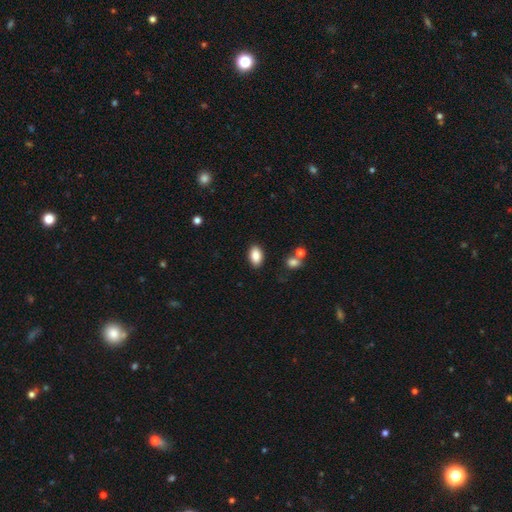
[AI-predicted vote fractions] Overall: smooth (86%). How rounded: in between (91%). Merging: none (87%).